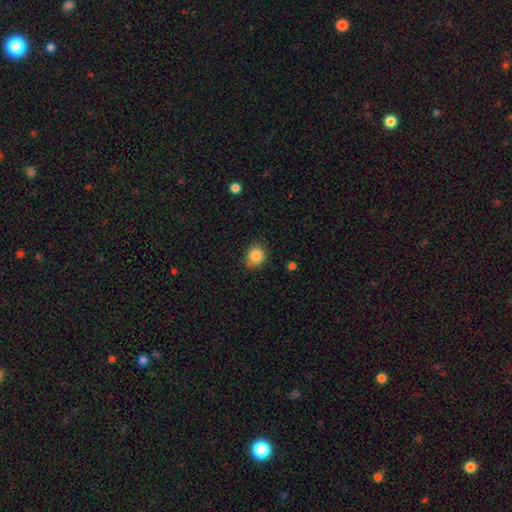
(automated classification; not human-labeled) Overall: smooth (86%). How rounded: round (75%). Merging: none (79%).